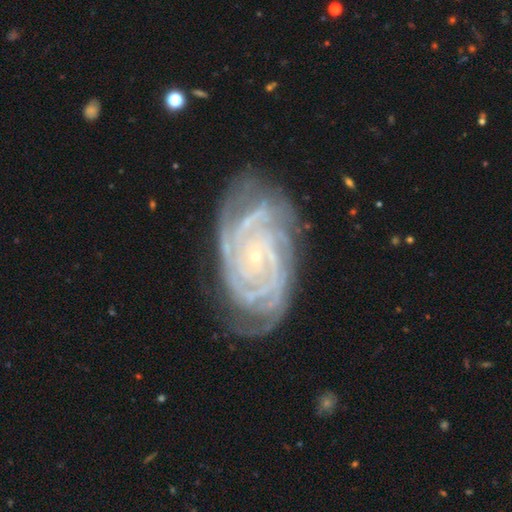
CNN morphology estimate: Q: Smooth or featured?
A: featured or disk (91%); runner-up: star or artifact (6%)
Q: Edge-on disk?
A: no (97%); runner-up: yes (3%)
Q: Bar?
A: no (73%); runner-up: weak (18%)
Q: Spiral arms?
A: yes (99%); runner-up: no (1%)
Q: Spiral winding?
A: tight (80%); runner-up: medium (17%)
Q: Spiral arm count?
A: 4 (28%); runner-up: 3 (19%)
Q: Bulge size?
A: small (88%); runner-up: moderate (8%)
Q: Merging?
A: none (73%); runner-up: minor disturbance (19%)